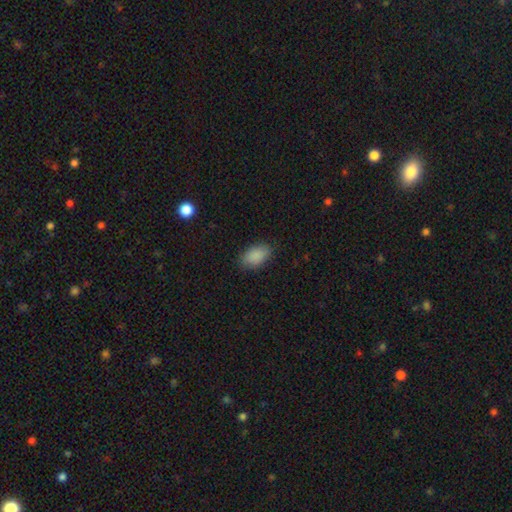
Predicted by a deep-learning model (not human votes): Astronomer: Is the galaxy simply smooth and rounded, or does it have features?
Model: smooth — 89%.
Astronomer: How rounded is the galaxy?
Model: in between — 93%.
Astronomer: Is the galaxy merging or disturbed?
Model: none — 85%.